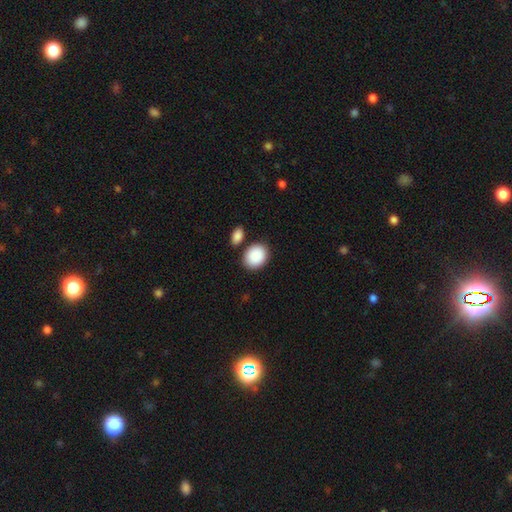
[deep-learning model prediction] Smooth or featured? Predicted: smooth (p=0.90). How rounded? Predicted: in between (p=0.57). Merging? Predicted: none (p=0.76).